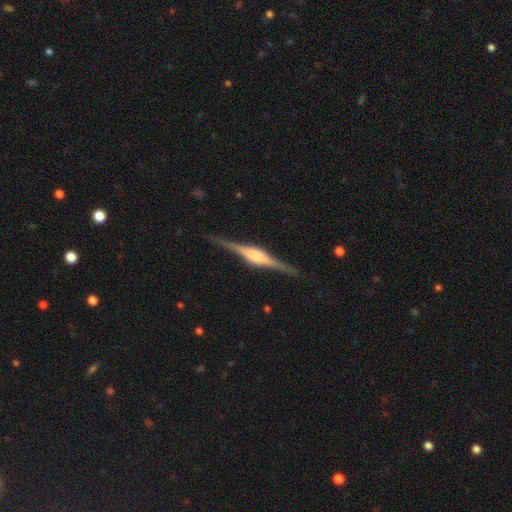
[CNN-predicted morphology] Smooth or featured: featured or disk — 84% (smooth — 10%)
Edge-on disk: yes — 98% (no — 2%)
Edge-on bulge: rounded — 68% (boxy — 28%)
Merging: none — 88% (minor disturbance — 9%)